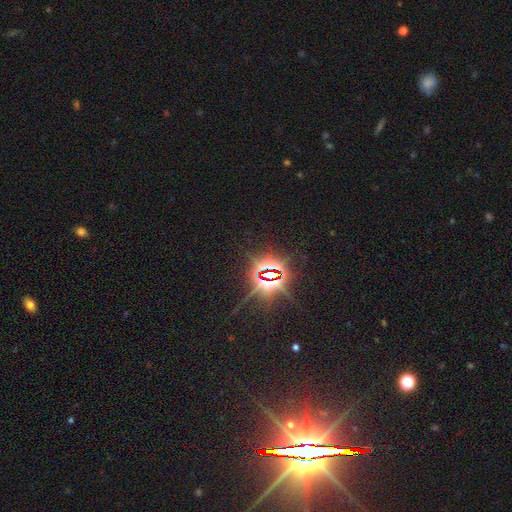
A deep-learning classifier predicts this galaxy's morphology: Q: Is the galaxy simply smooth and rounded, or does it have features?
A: star or artifact — 85%.